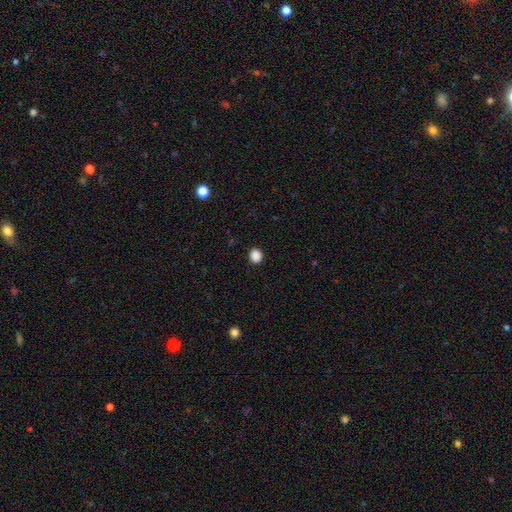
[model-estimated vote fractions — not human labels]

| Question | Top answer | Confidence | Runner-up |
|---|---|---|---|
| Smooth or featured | smooth | 88% | star or artifact (10%) |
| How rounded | round | 72% | in between (27%) |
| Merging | none | 91% | minor disturbance (6%) |